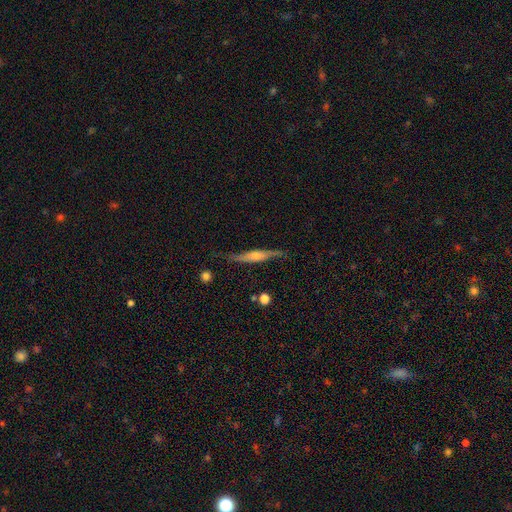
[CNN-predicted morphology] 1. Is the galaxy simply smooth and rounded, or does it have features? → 76% featured or disk, 17% smooth, 7% star or artifact.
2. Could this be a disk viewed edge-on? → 92% yes, 8% no.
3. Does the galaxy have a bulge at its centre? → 78% rounded, 12% none, 11% boxy.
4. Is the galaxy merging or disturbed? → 80% none, 15% minor disturbance, 3% major disturbance, 2% merger.